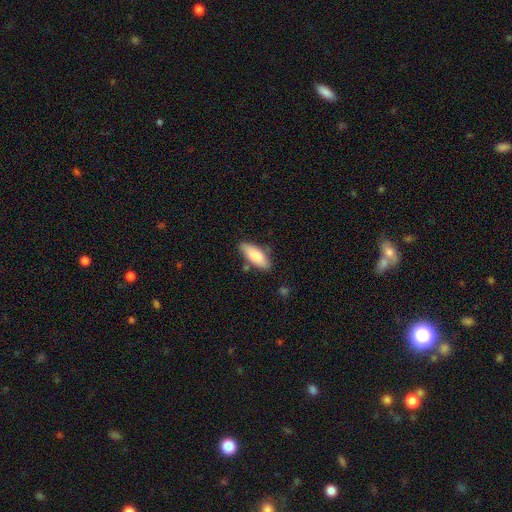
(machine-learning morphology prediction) The model was most divided on "how rounded": in between: 74%, cigar-shaped: 24%, round: 2%. More confident: smooth or featured — smooth (83%); merging — none (77%).